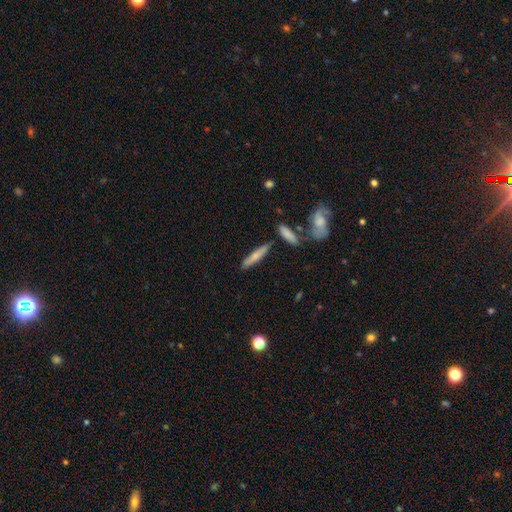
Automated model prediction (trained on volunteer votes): Overall: smooth (66%; featured or disk 28%). How rounded: cigar-shaped (85%). Merging: none (80%).